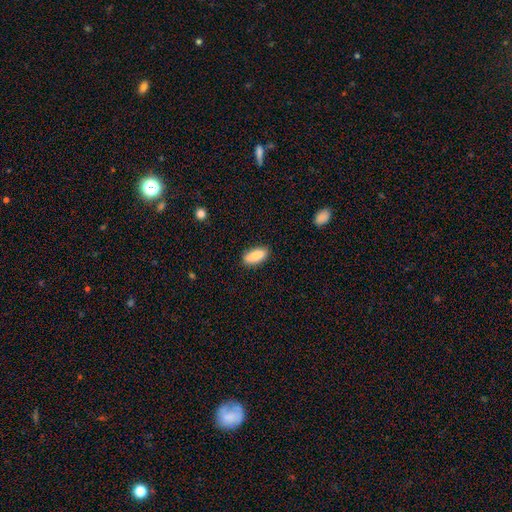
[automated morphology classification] This is clearly a smooth galaxy (87%). How rounded: clearly in between (88%). Merging: clearly none (85%).